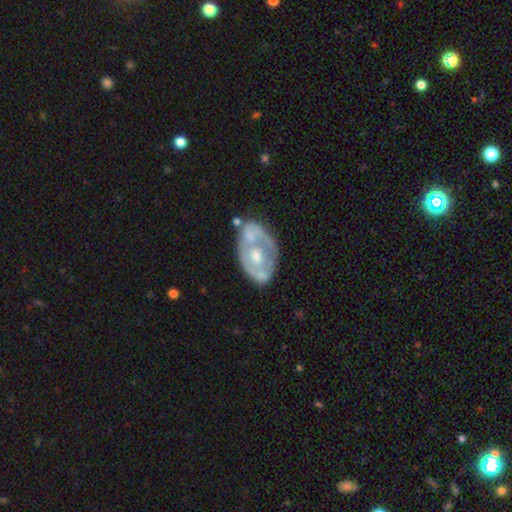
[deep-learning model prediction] Smooth or featured? featured or disk (70%)
Edge-on disk? no (94%)
Bar? no (79%)
Spiral arms? no (64%)
Bulge size? moderate (66%)
Merging? none (56%)